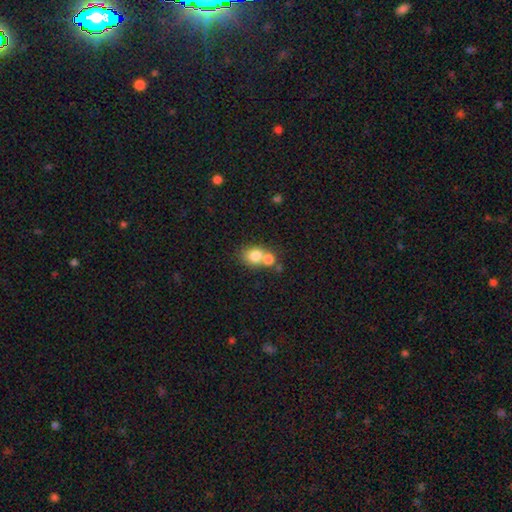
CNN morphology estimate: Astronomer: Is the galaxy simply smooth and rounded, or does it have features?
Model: smooth — 78%.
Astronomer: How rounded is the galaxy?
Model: round — 60% (runner-up: in between, 38%).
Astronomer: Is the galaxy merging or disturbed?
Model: merger — 56% (runner-up: none, 33%).